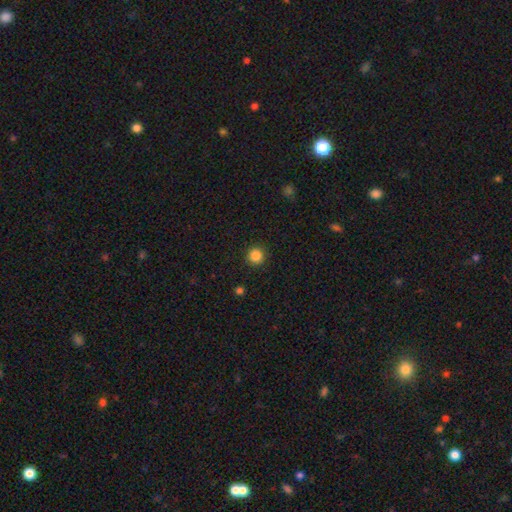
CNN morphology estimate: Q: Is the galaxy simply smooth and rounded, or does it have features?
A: smooth — 85%.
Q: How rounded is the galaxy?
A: round — 95%.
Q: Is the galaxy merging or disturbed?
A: none — 92%.